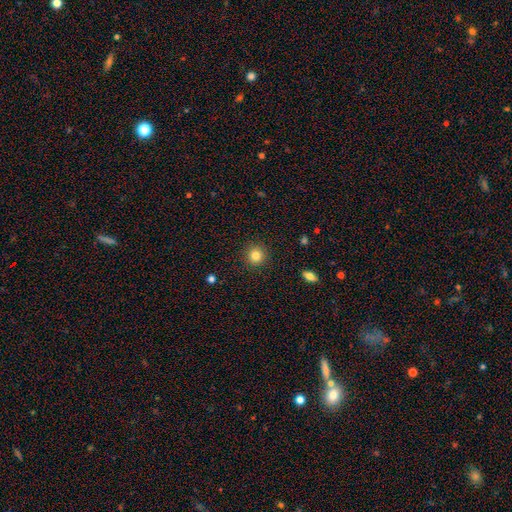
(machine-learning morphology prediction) Smooth or featured? smooth (82%)
How rounded? round (94%)
Merging? none (92%)